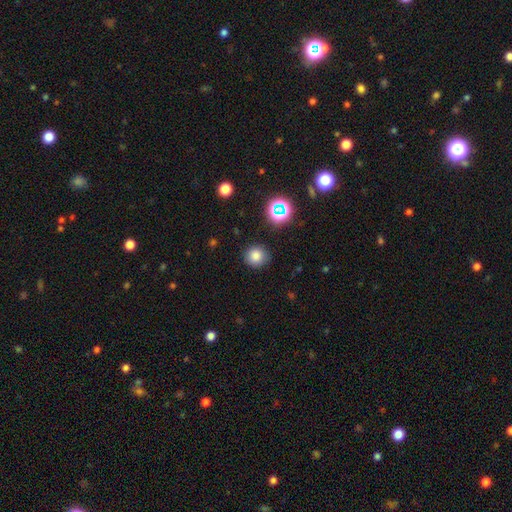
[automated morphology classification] smooth-or-featured: smooth: 79% | star or artifact: 15% | featured or disk: 6%
  how-rounded: round: 90% | in between: 9% | cigar-shaped: 1%
  merging: none: 86% | minor disturbance: 9% | major disturbance: 3% | merger: 2%